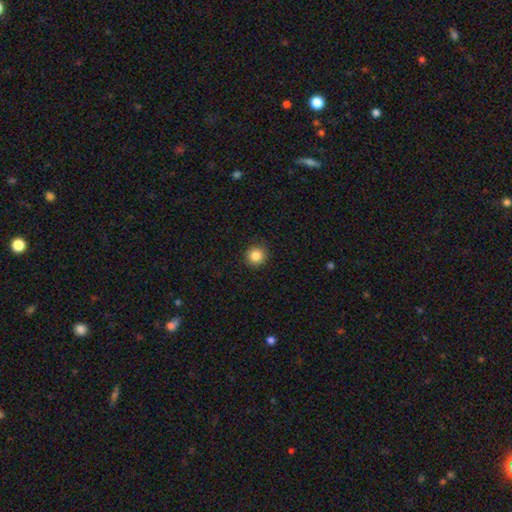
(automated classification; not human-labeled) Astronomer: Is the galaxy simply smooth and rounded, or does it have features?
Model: smooth — 86%.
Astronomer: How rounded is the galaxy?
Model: round — 94%.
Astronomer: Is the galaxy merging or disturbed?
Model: none — 92%.